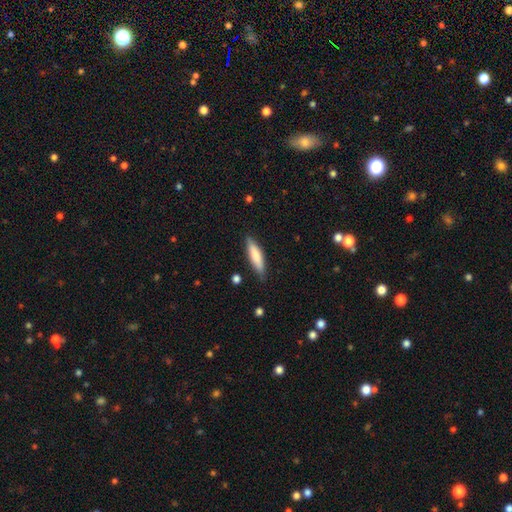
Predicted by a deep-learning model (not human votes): Smooth or featured? smooth (77%)
How rounded? cigar-shaped (71%)
Merging? none (84%)